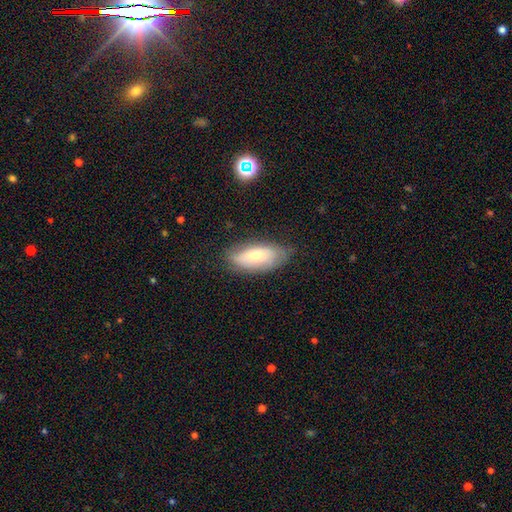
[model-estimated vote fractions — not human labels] Morphology: type=smooth (62%); roundness=in between (85%); merging=none (74%).